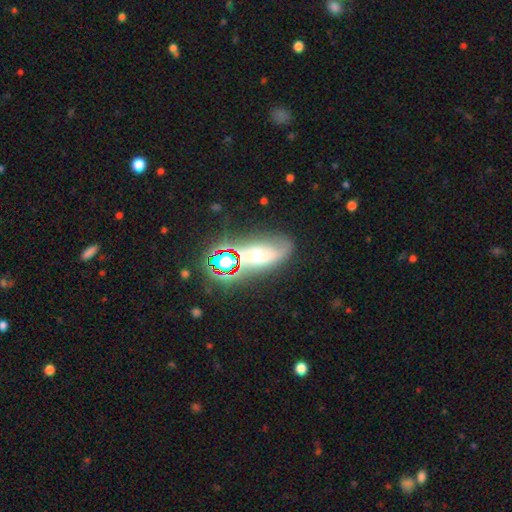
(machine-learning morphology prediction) featured or disk 45%, star or artifact 28%, smooth 27%. Down the decision tree: merging — none (58%).